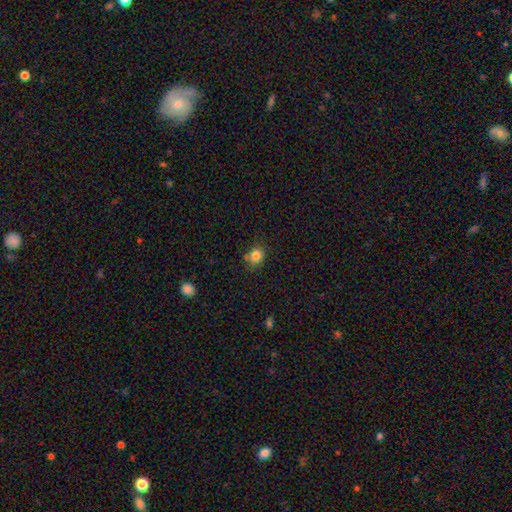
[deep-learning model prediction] Morphology: type=smooth (82%); roundness=round (75%); merging=none (73%).